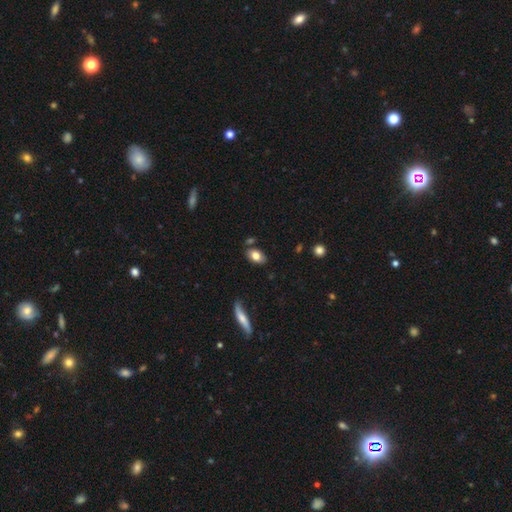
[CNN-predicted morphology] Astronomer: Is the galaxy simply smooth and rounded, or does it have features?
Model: smooth — 78%.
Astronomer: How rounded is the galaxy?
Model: in between — 89%.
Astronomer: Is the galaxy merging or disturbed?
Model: none — 79%.